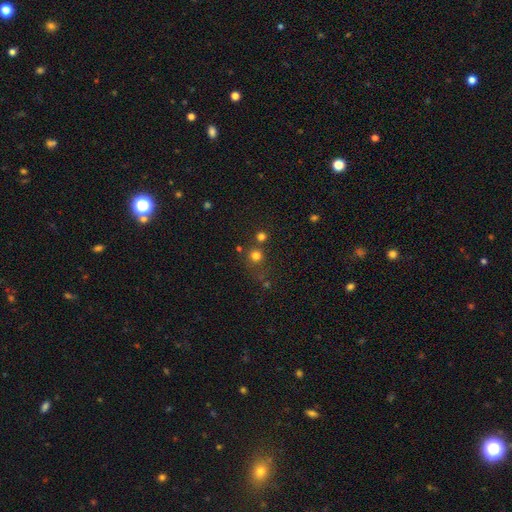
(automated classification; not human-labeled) smooth 72%, star or artifact 21%, featured or disk 8%. Down the decision tree: how rounded — round (91%); merging — none (66%).